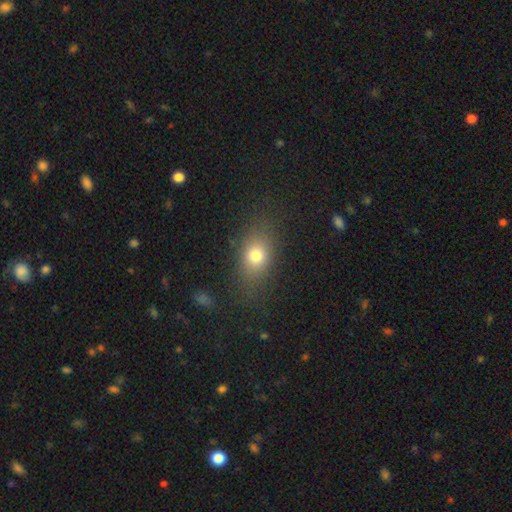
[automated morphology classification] This appears to be a smooth galaxy with no disk features (76%) that is in between round and cigar-shaped (65%). Merging: none (77%).